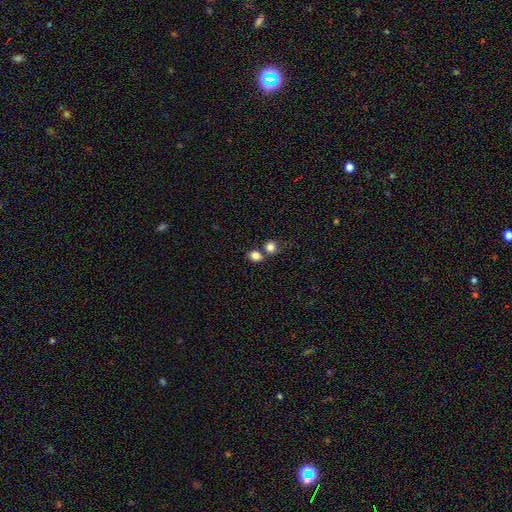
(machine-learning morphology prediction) A smooth galaxy with no disk features (84%) that is in between round and cigar-shaped (53%). Merging: none (57%).